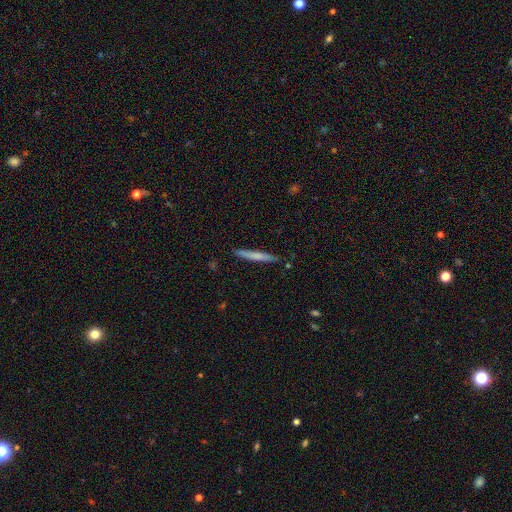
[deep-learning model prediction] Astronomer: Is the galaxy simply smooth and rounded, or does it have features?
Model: smooth — 63%.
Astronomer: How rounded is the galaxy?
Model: cigar-shaped — 96%.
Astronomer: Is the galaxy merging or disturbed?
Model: none — 89%.